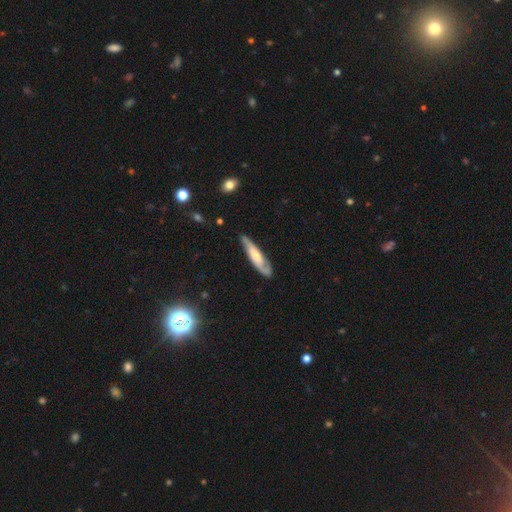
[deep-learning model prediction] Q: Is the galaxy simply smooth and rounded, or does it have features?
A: featured or disk — 60%.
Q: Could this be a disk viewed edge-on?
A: no — 64%.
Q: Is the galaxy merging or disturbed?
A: none — 76%.